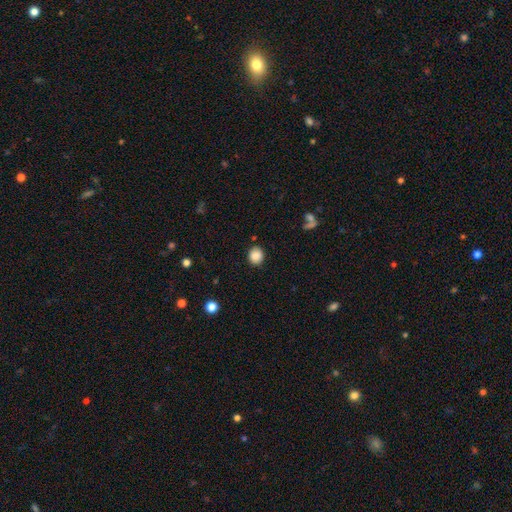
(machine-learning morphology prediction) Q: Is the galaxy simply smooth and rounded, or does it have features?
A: smooth — 87%.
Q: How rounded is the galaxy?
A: round — 78%.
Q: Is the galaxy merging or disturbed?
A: none — 87%.